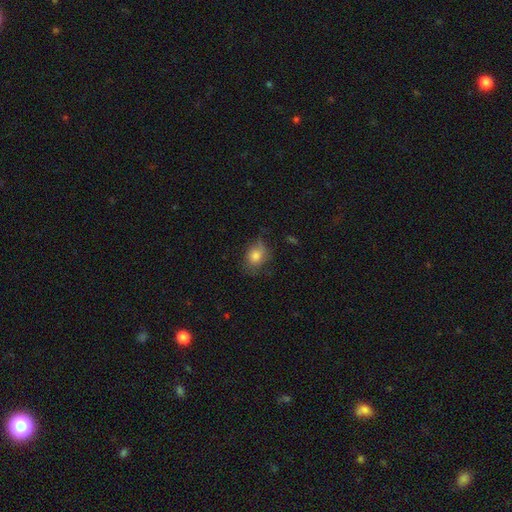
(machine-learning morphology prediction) Smooth or featured? smooth (79%)
How rounded? in between (55%)
Merging? none (61%)